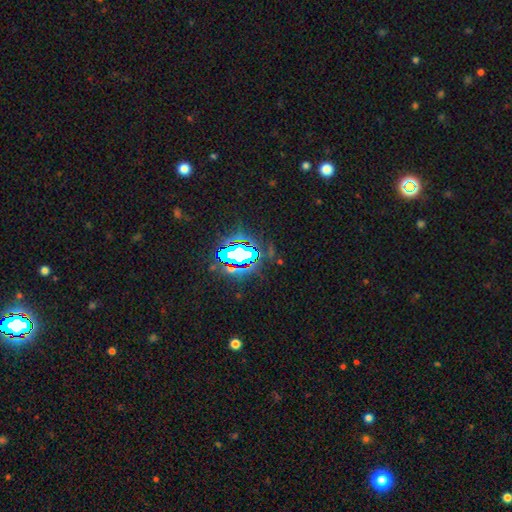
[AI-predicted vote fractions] Smooth or featured? Predicted: star or artifact (p=0.78).